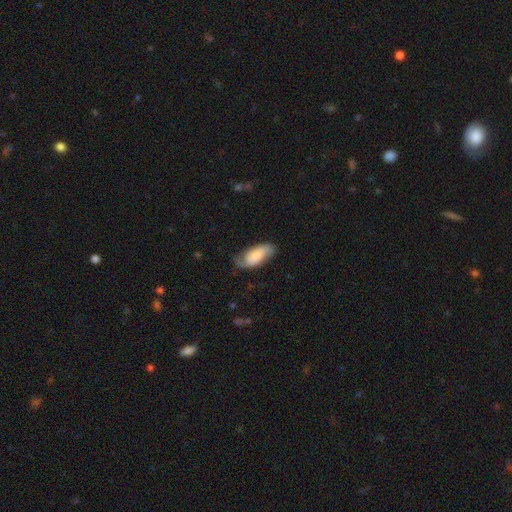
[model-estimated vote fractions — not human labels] This appears to be a smooth galaxy with no disk features (53%) that is in between round and cigar-shaped (87%). Merging: none (63%).